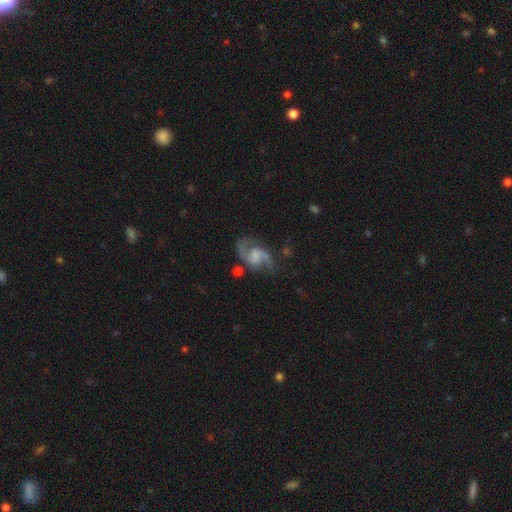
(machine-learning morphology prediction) type=featured or disk (86%); edge-on=no (98%); bar=weak (46%); spiral arms=yes (96%); winding=medium (47%); arm count=2 (92%); bulge=none (47%); merging=none (68%).